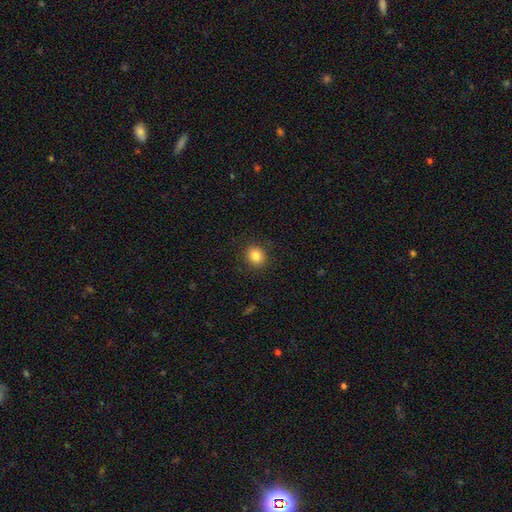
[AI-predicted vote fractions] A smooth galaxy with no disk features (83%) that is round (82%).

Vote fractions:
- Smooth or featured? smooth: 83% / star or artifact: 11% / featured or disk: 6%
- How rounded? round: 82% / in between: 17% / cigar-shaped: 1%
- Merging? none: 90% / minor disturbance: 7% / major disturbance: 3% / merger: 1%